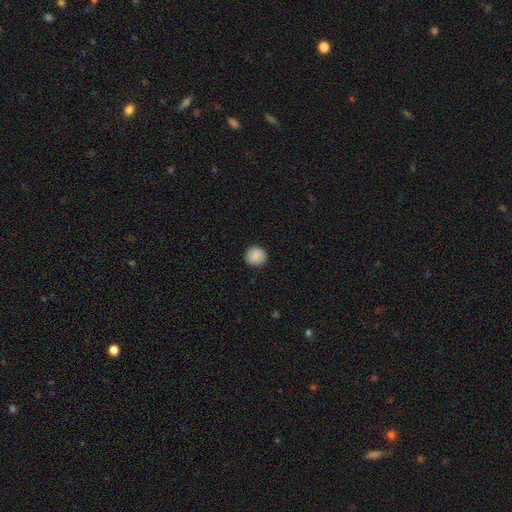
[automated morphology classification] smooth 89%, star or artifact 8%, featured or disk 4%. Down the decision tree: how rounded — round (92%); merging — none (92%).